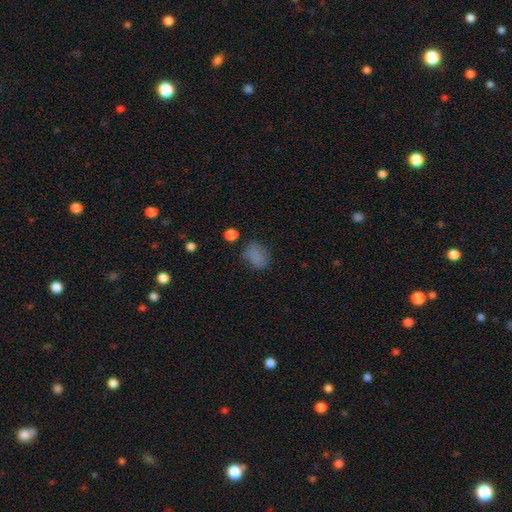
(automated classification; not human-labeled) A smooth galaxy with no disk features (77%) that is in between round and cigar-shaped (64%).

Vote fractions:
- Smooth or featured? smooth: 77% / star or artifact: 15% / featured or disk: 8%
- How rounded? in between: 64% / round: 34% / cigar-shaped: 1%
- Merging? none: 66% / minor disturbance: 21% / major disturbance: 9% / merger: 3%